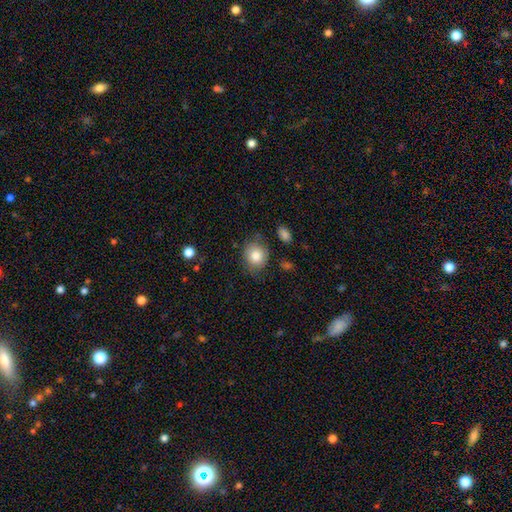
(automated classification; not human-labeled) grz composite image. It shows a smooth galaxy with no disk features (82%) that is round (73%). Merging: none (73%).